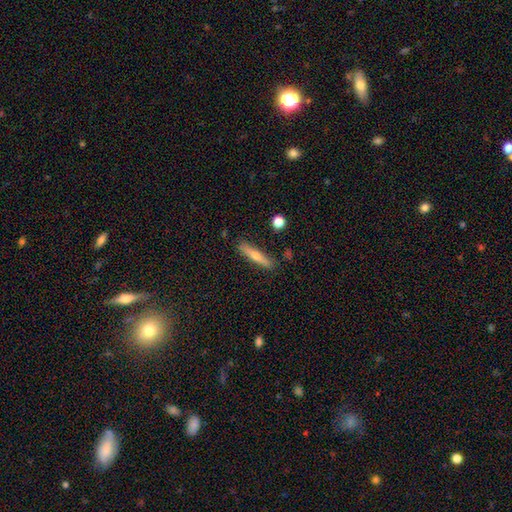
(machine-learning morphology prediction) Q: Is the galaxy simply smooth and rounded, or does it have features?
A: featured or disk — 47%.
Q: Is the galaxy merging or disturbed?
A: none — 87%.